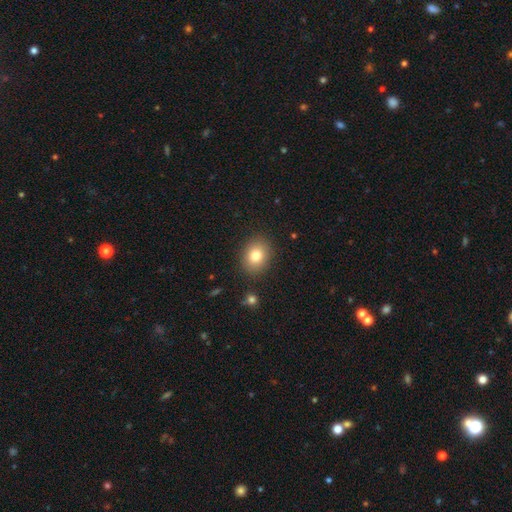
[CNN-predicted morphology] This is clearly a smooth galaxy (80%). How rounded: possibly in between (50%). Merging: clearly none (87%).